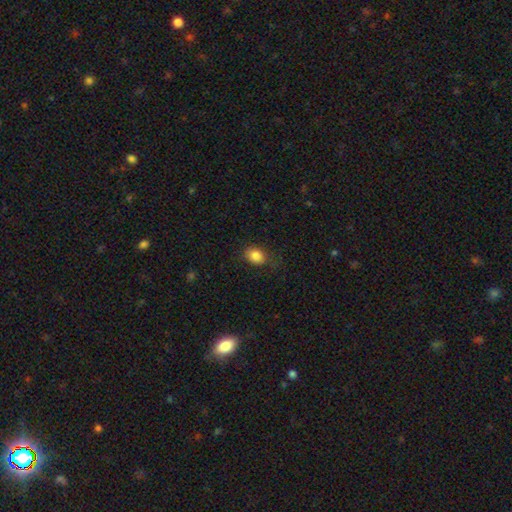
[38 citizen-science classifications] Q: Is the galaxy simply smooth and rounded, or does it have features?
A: smooth — 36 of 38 (95%).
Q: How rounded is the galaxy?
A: in between — 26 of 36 (72%).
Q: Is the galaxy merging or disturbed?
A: none — 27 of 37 (73%).